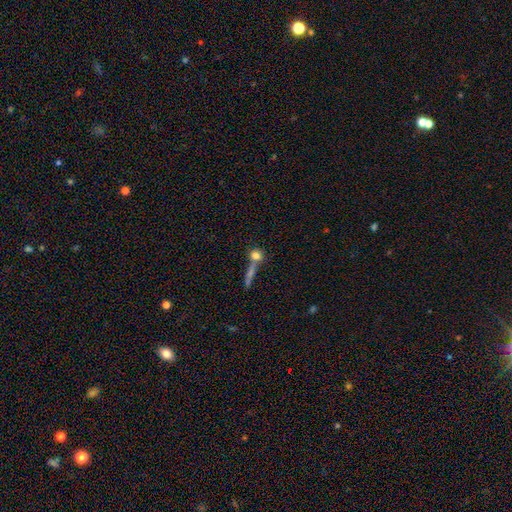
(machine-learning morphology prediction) smooth-or-featured: smooth: 71% | featured or disk: 16% | star or artifact: 13%
  how-rounded: round: 74% | in between: 16% | cigar-shaped: 10%
  merging: none: 49% | merger: 33% | minor disturbance: 10% | major disturbance: 8%